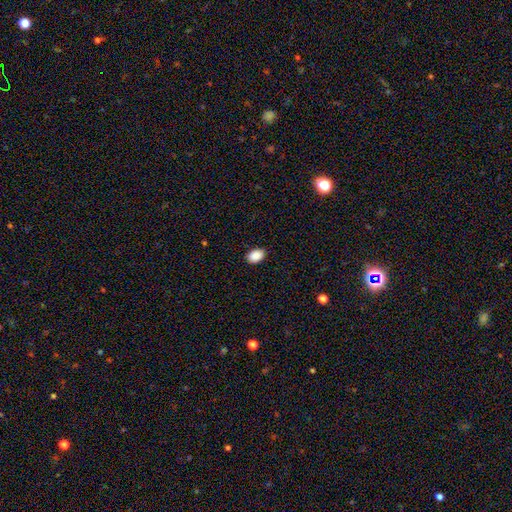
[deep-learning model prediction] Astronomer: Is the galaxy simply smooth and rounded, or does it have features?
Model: smooth — 90%.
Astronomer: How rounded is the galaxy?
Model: in between — 84%.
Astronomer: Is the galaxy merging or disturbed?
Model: none — 88%.